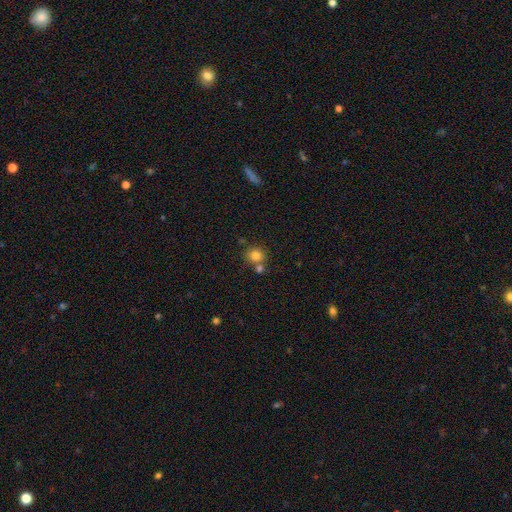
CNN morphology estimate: Smooth or featured?
  - smooth: 81% *
  - star or artifact: 12%
  - featured or disk: 7%
How rounded?
  - round: 86% *
  - in between: 13%
  - cigar-shaped: 1%
Merging?
  - none: 65% *
  - merger: 23%
  - minor disturbance: 9%
  - major disturbance: 3%